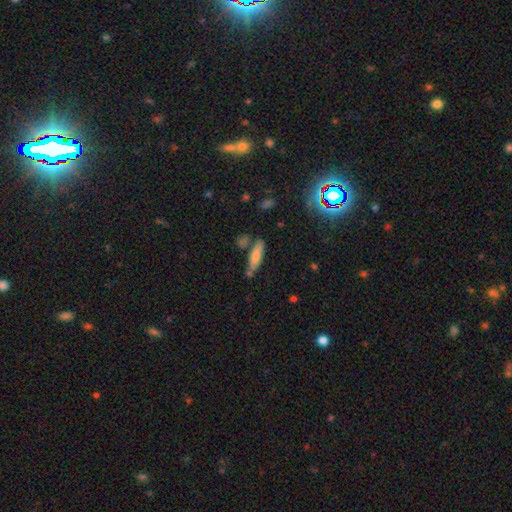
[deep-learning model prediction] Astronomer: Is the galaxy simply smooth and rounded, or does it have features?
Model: smooth — 76%.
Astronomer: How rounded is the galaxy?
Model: cigar-shaped — 65%.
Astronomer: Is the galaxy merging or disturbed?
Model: none — 66%.